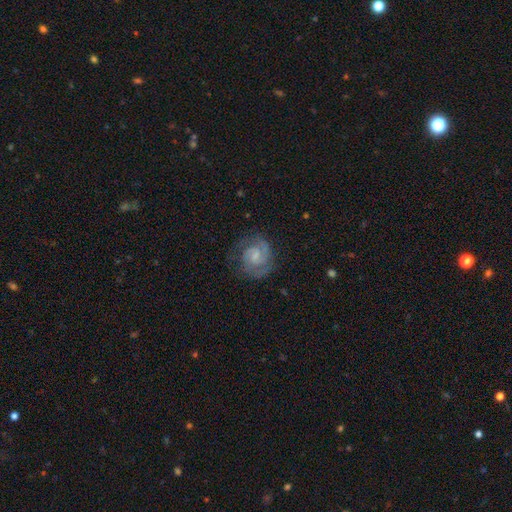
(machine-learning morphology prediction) The model was most divided on "spiral winding": tight: 54%, medium: 39%, loose: 7%. Remaining: edge-on disk — no (98%); spiral arms — yes (97%); smooth or featured — featured or disk (84%); spiral arm count — 2 (81%); merging — none (74%); bar — weak (54%); bulge size — small (48%).